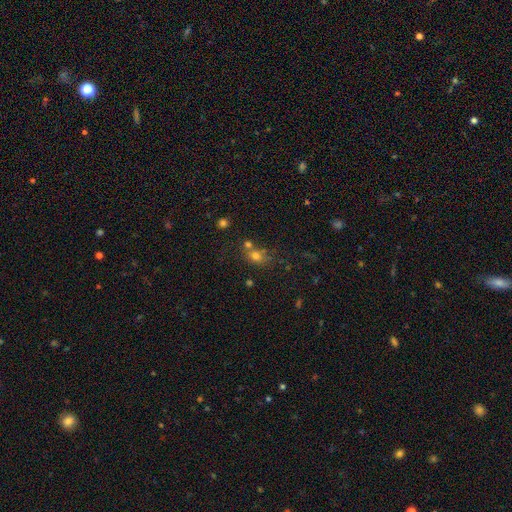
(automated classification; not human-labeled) Q: Smooth or featured?
A: smooth (69%); runner-up: star or artifact (19%)
Q: How rounded?
A: round (57%); runner-up: in between (42%)
Q: Merging?
A: none (49%); runner-up: merger (32%)